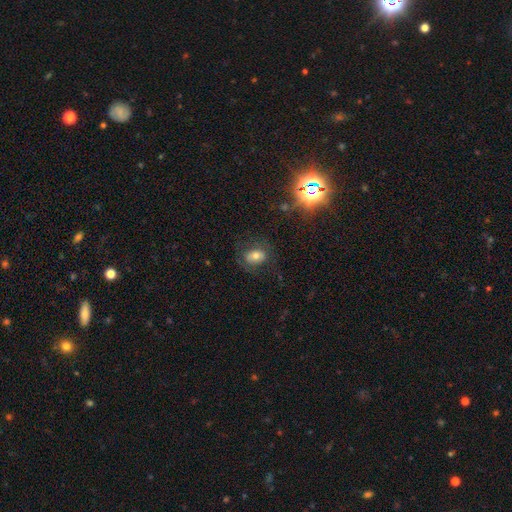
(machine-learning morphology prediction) smooth-or-featured: smooth: 62% | featured or disk: 24% | star or artifact: 14%
  how-rounded: in between: 68% | round: 30% | cigar-shaped: 2%
  merging: none: 67% | minor disturbance: 17% | major disturbance: 14% | merger: 2%